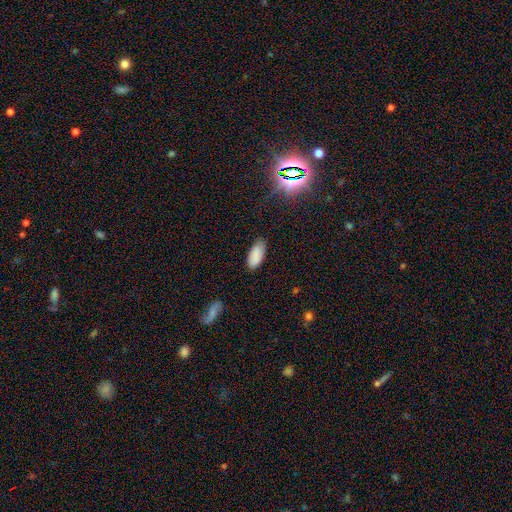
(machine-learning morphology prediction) This is clearly a smooth galaxy (87%). How rounded: clearly in between (89%). Merging: clearly none (81%).